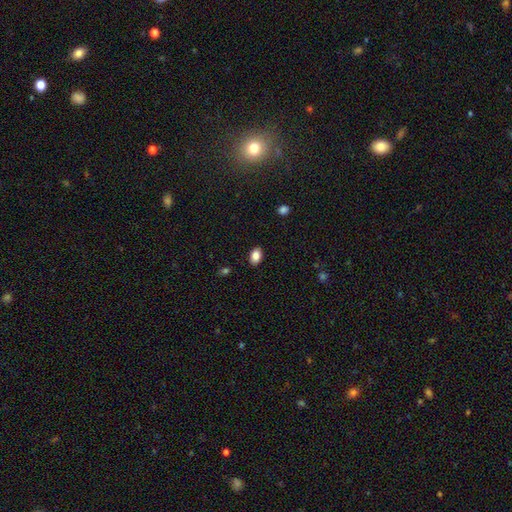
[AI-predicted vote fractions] This appears to be a smooth galaxy with no disk features (85%) that is in between round and cigar-shaped (85%). Merging: none (89%).